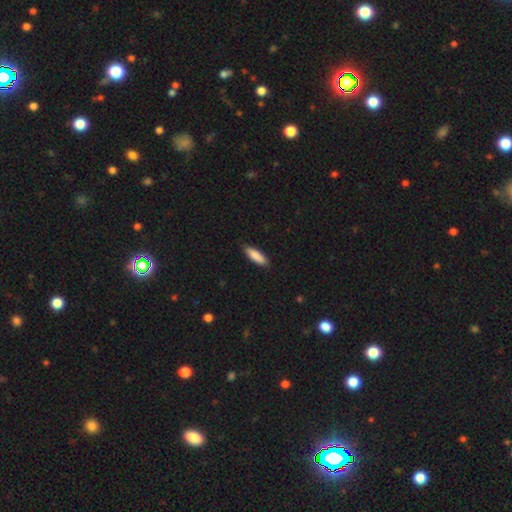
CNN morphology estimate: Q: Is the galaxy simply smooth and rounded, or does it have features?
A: smooth — 86%.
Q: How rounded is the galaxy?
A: cigar-shaped — 51%.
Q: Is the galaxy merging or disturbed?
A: none — 85%.